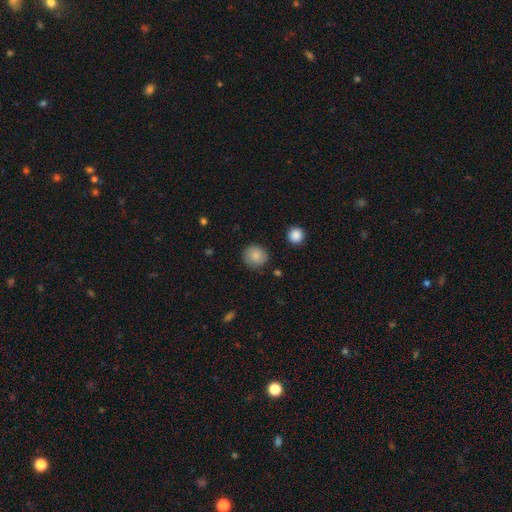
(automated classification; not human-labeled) Morphology: type=smooth (84%); roundness=round (87%); merging=none (83%).